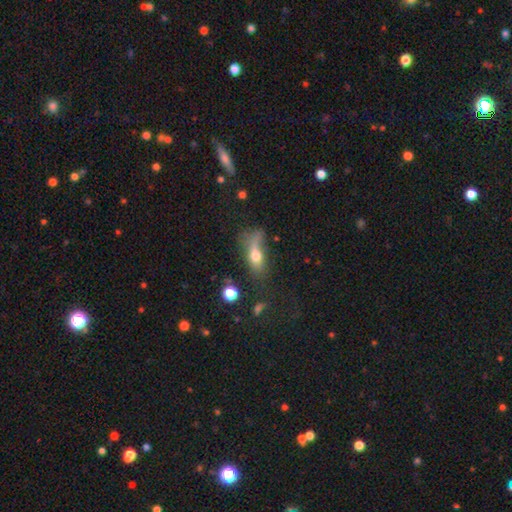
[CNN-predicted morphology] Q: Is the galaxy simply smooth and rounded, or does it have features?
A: smooth — 59%.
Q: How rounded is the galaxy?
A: in between — 61%.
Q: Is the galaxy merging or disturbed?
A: major disturbance — 34%.